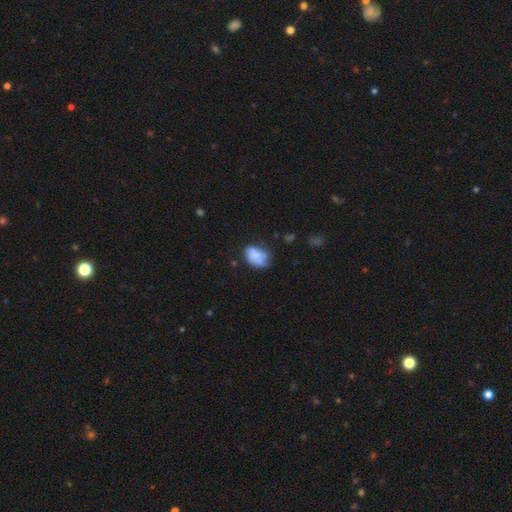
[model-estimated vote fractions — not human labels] This appears to be a smooth galaxy with no disk features (70%) that is in between round and cigar-shaped (81%). Merging: none (43%).